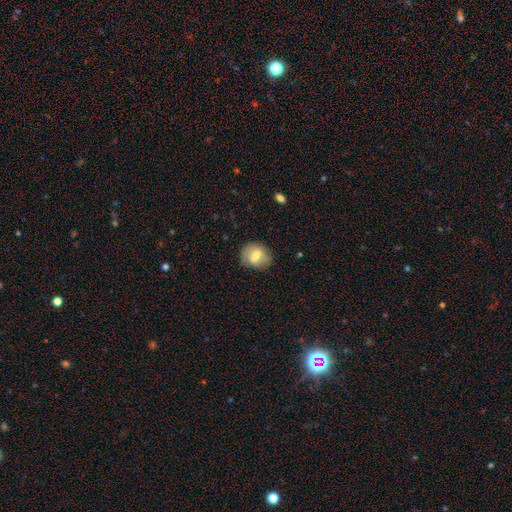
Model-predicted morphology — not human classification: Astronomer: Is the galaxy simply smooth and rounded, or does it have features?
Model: smooth — 62%.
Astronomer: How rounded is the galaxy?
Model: round — 52% (runner-up: in between, 47%).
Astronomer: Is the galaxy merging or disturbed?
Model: none — 77%.